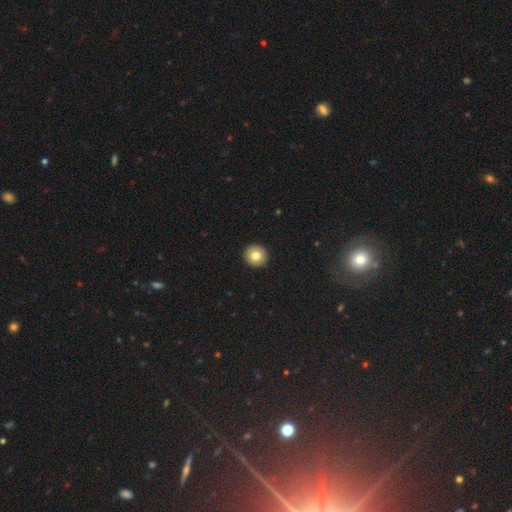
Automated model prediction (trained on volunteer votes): Smooth or featured? Predicted: smooth (p=0.78). How rounded? Predicted: round (p=0.94). Merging? Predicted: none (p=0.93).